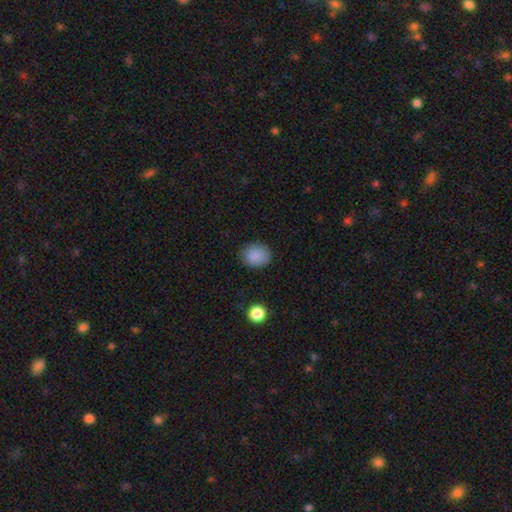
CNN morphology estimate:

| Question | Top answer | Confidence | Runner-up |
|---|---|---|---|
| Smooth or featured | smooth | 87% | star or artifact (9%) |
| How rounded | round | 62% | in between (37%) |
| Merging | none | 85% | minor disturbance (11%) |